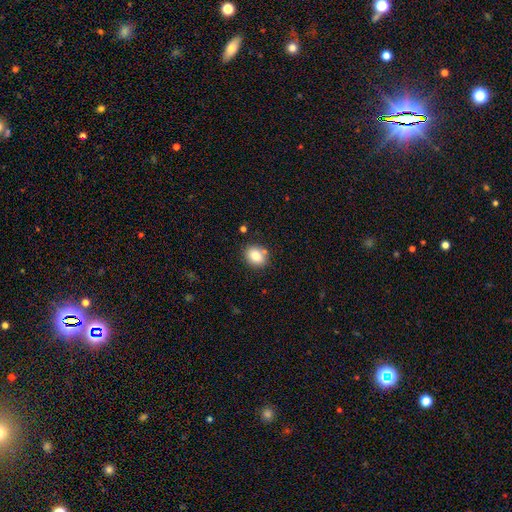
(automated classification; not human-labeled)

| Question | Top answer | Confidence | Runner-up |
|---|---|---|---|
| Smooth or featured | smooth | 83% | star or artifact (9%) |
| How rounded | in between | 50% | round (49%) |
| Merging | none | 81% | minor disturbance (11%) |